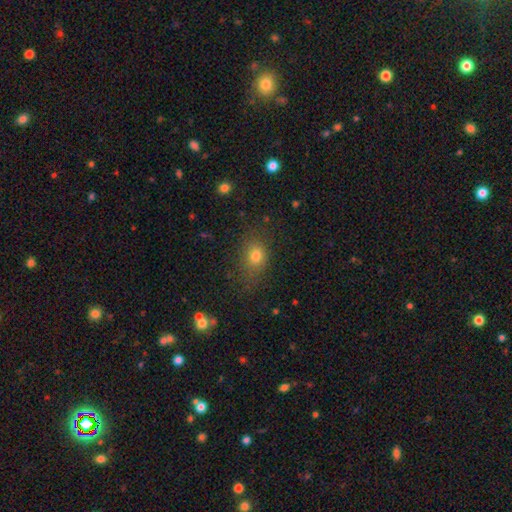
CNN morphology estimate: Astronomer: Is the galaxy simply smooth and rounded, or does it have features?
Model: smooth — 76%.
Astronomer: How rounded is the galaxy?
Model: in between — 56% (runner-up: round, 42%).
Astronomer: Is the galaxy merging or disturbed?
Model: none — 74%.